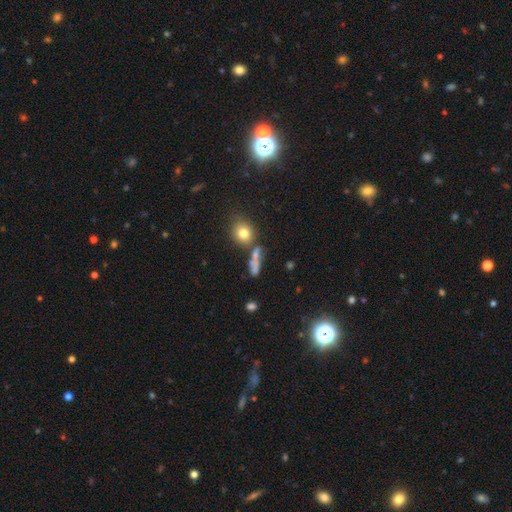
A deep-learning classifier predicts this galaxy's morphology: This appears to be a smooth galaxy with no disk features (55%) that is in between round and cigar-shaped (36%). Merging: none (52%).